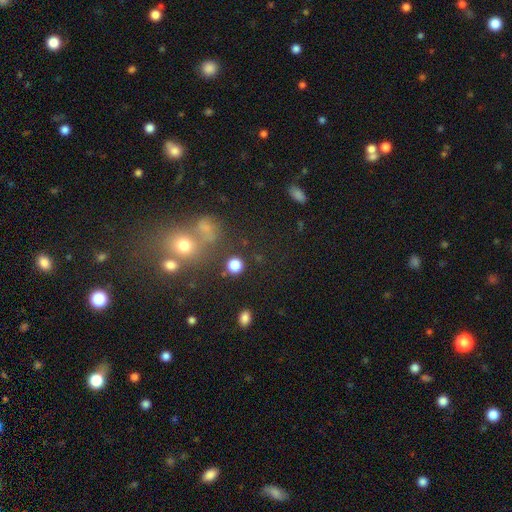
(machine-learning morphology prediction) Smooth or featured? Predicted: star or artifact (p=0.42, tied with smooth).